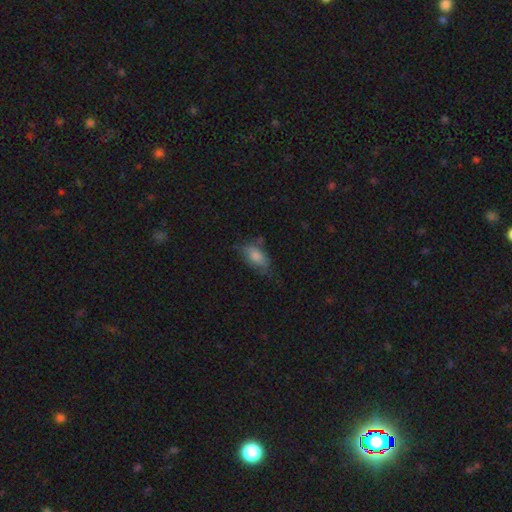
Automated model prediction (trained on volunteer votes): Morphology: type=smooth (74%); roundness=in between (86%); merging=none (53%).